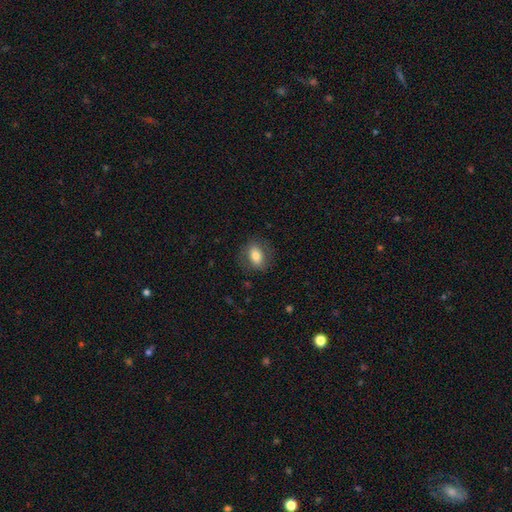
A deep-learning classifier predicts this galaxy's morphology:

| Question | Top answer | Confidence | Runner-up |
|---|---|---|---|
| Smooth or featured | smooth | 75% | featured or disk (17%) |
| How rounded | in between | 73% | round (25%) |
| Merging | none | 80% | minor disturbance (14%) |